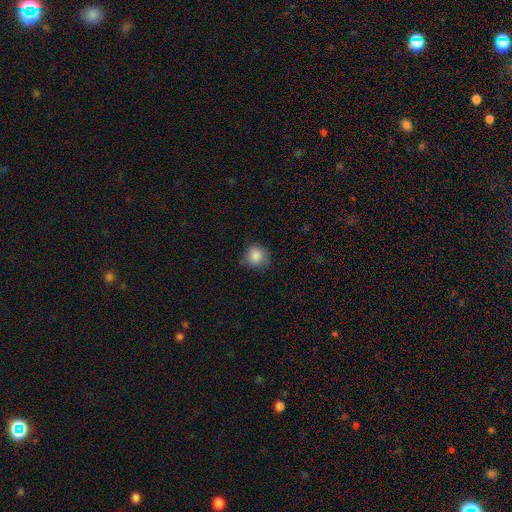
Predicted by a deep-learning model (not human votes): Q: Smooth or featured?
A: smooth (86%); runner-up: star or artifact (9%)
Q: How rounded?
A: round (87%); runner-up: in between (12%)
Q: Merging?
A: none (77%); runner-up: minor disturbance (18%)